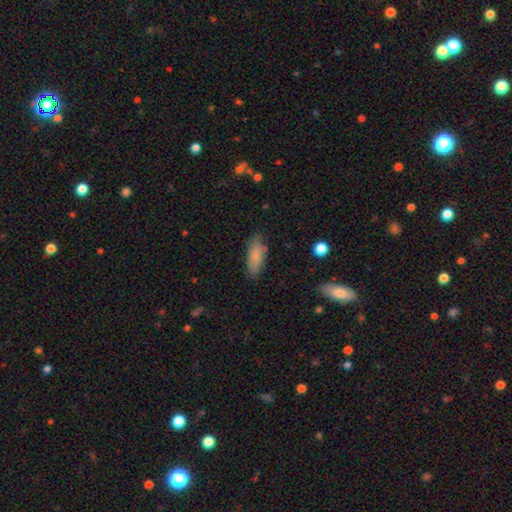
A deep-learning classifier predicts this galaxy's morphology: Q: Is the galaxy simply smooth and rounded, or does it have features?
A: smooth — 83%.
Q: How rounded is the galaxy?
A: in between — 73%.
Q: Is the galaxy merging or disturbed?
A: none — 76%.